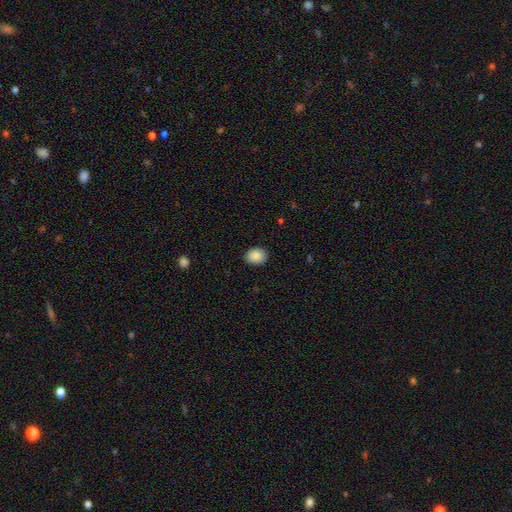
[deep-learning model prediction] A smooth galaxy with no disk features (89%) that is in between round and cigar-shaped (64%).

Vote fractions:
- Smooth or featured? smooth: 89% / star or artifact: 8% / featured or disk: 4%
- How rounded? in between: 64% / round: 35% / cigar-shaped: 1%
- Merging? none: 89% / minor disturbance: 8% / major disturbance: 2% / merger: 1%